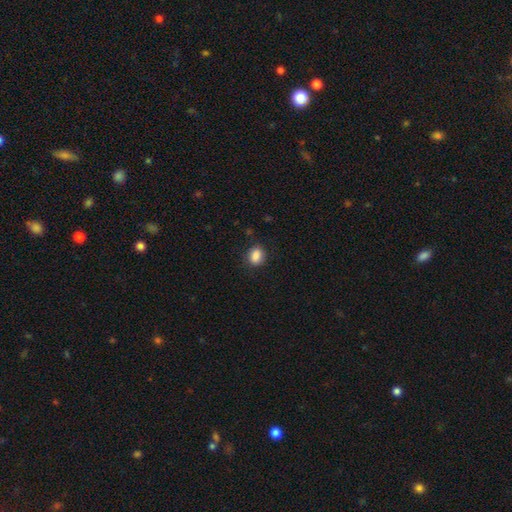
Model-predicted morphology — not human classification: Smooth or featured: smooth — 85% (star or artifact — 9%)
How rounded: round — 50% (in between — 49%)
Merging: none — 84% (minor disturbance — 11%)